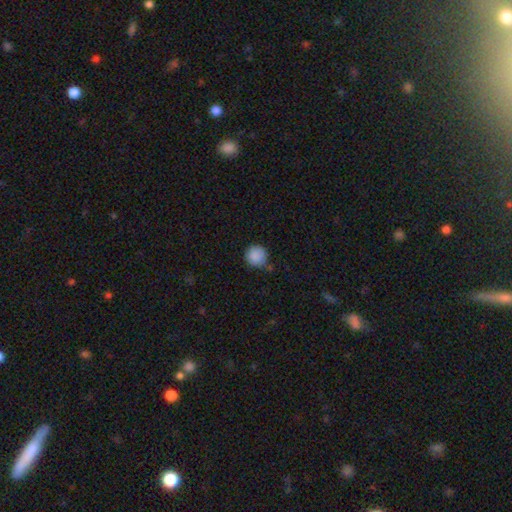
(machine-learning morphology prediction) Smooth or featured? smooth (89%)
How rounded? round (95%)
Merging? none (79%)